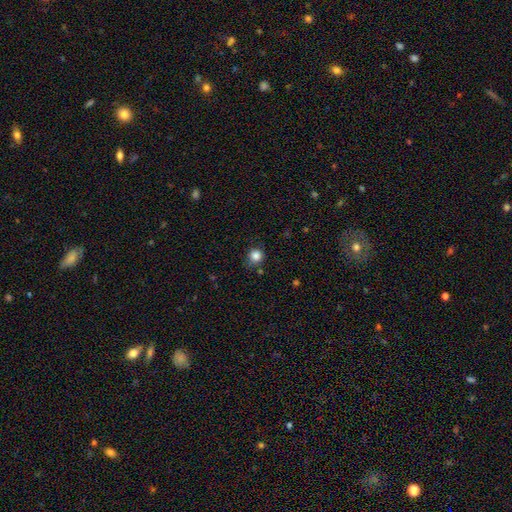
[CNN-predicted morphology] Smooth or featured? smooth (84%)
How rounded? round (91%)
Merging? none (78%)